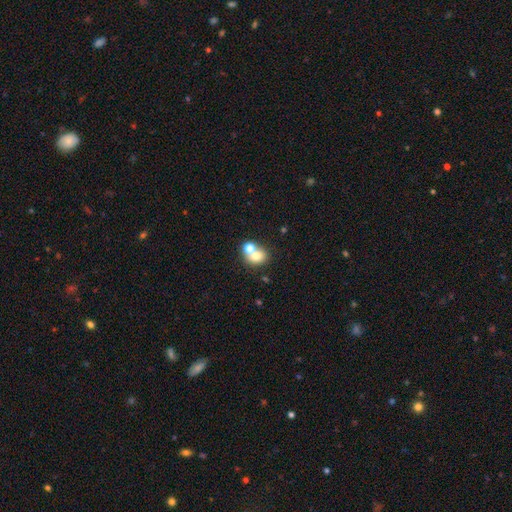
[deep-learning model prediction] A smooth galaxy with no disk features (71%) that is round (66%). Merging: merger (49%).